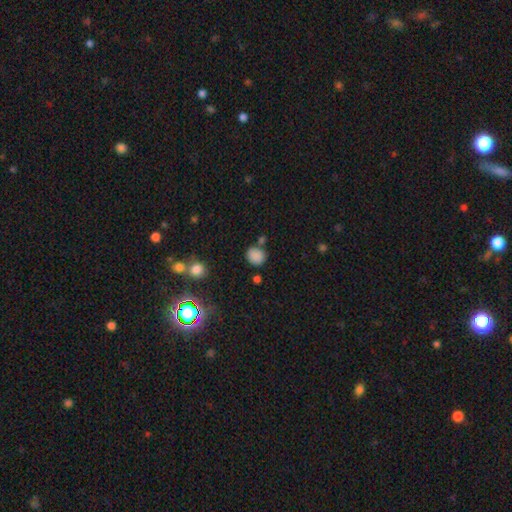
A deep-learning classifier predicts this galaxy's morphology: Overall: smooth (82%). How rounded: round (72%). Merging: none (70%).